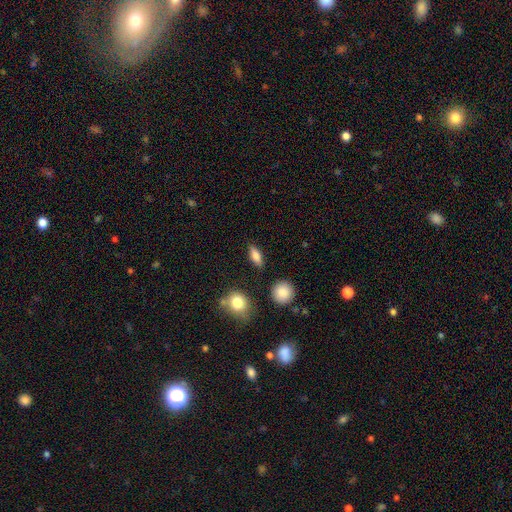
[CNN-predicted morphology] Smooth or featured? Predicted: smooth (p=0.76). How rounded? Predicted: in between (p=0.72). Merging? Predicted: none (p=0.85).